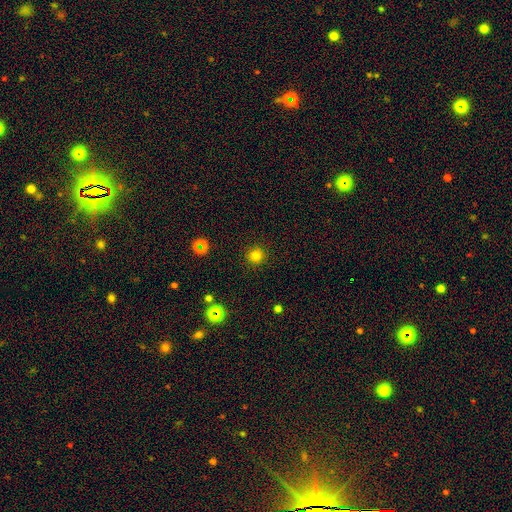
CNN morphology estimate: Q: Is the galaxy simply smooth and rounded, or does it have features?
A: smooth — 79%.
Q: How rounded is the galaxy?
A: round — 94%.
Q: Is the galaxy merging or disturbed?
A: none — 91%.